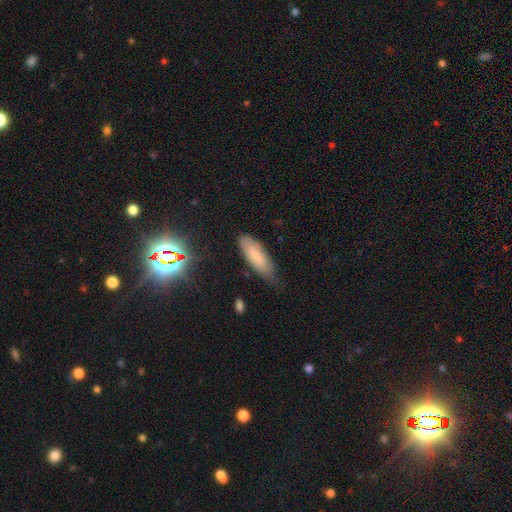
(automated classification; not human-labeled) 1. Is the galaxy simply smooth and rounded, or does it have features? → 75% smooth, 15% featured or disk, 10% star or artifact.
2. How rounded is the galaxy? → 60% in between, 38% cigar-shaped, 2% round.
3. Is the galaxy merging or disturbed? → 66% none, 27% minor disturbance, 5% major disturbance, 2% merger.